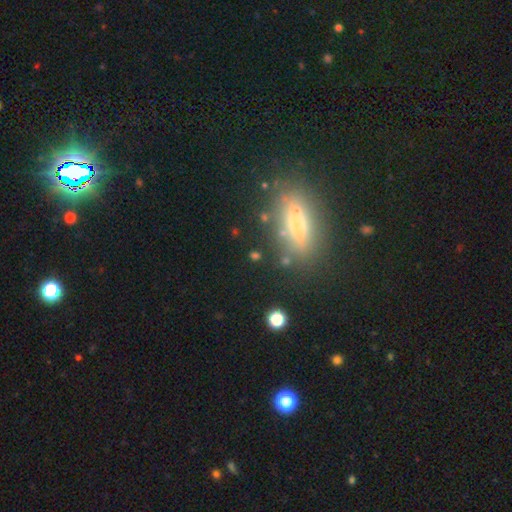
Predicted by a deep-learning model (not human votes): smooth-or-featured: smooth: 58% | featured or disk: 21% | star or artifact: 20%
  how-rounded: in between: 62% | cigar-shaped: 22% | round: 17%
  merging: none: 70% | minor disturbance: 16% | major disturbance: 8% | merger: 7%